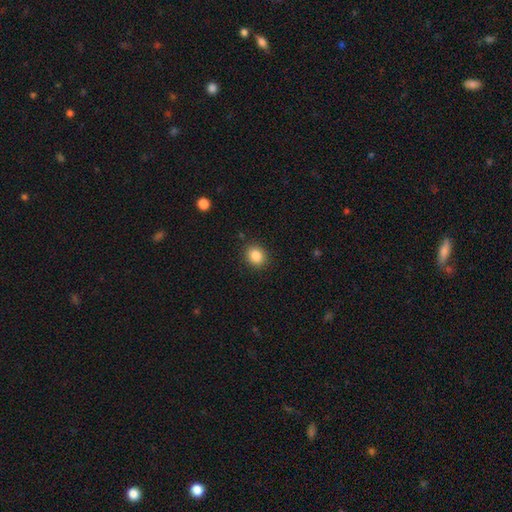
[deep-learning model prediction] smooth-or-featured: smooth: 85% | star or artifact: 10% | featured or disk: 5%
  how-rounded: round: 66% | in between: 33% | cigar-shaped: 1%
  merging: none: 89% | minor disturbance: 8% | major disturbance: 2% | merger: 1%